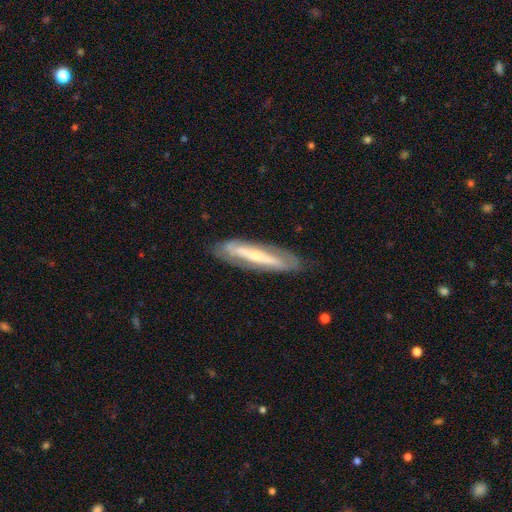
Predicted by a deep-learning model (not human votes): Overall: featured or disk (67%; smooth 27%). Edge-on disk: no (54%; yes 46%). Merging: none (80%).